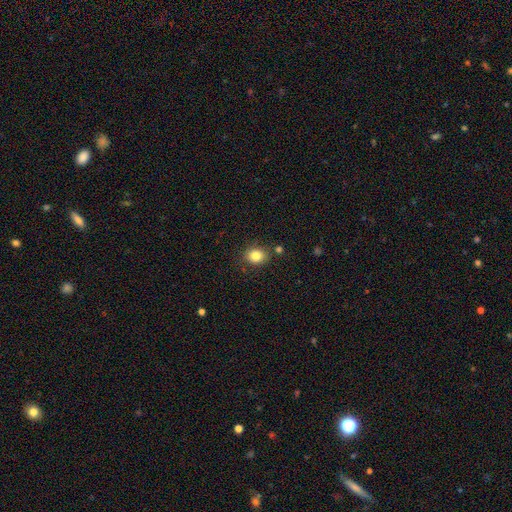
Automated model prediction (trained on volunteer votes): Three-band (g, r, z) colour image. It shows a smooth galaxy with no disk features (84%) that is round (57%). Merging: none (80%).